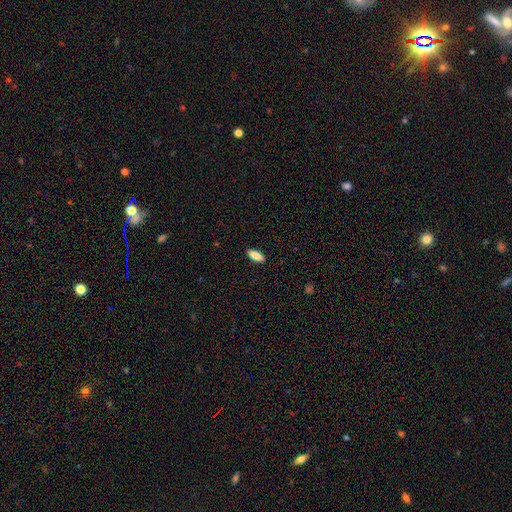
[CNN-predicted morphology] Smooth or featured? Predicted: smooth (p=0.84). How rounded? Predicted: in between (p=0.72). Merging? Predicted: none (p=0.90).